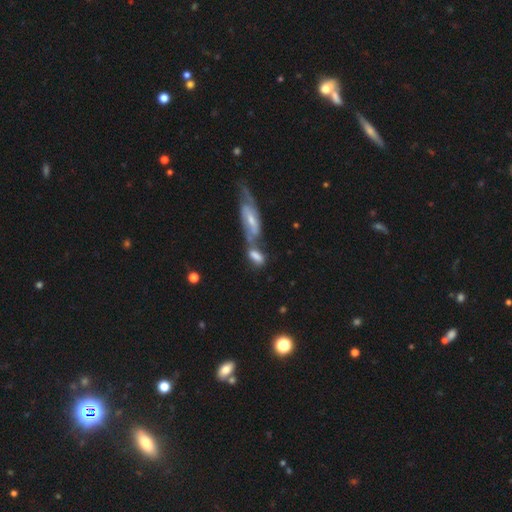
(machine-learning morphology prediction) A smooth galaxy with no disk features (59%) that is in between round and cigar-shaped (78%).

Vote fractions:
- Smooth or featured? smooth: 59% / featured or disk: 33% / star or artifact: 8%
- How rounded? in between: 78% / cigar-shaped: 17% / round: 5%
- Merging? merger: 64% / none: 19% / minor disturbance: 10% / major disturbance: 7%